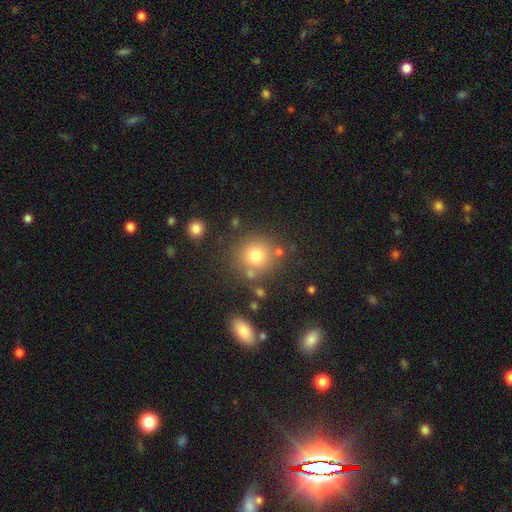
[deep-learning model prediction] A smooth galaxy with no disk features (75%) that is round (91%). Merging: none (77%).